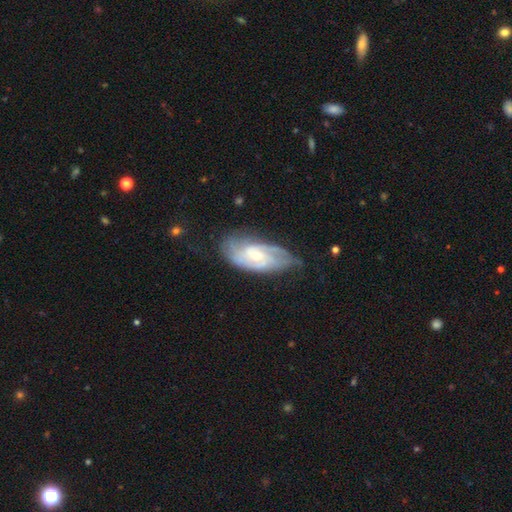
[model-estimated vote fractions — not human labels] Smooth or featured: featured or disk — 82% (smooth — 12%)
Edge-on disk: no — 93% (yes — 7%)
Bar: no — 59% (weak — 34%)
Spiral arms: yes — 94% (no — 6%)
Spiral winding: tight — 54% (medium — 36%)
Spiral arm count: can't tell — 32% (2 — 31%)
Bulge size: moderate — 54% (small — 42%)
Merging: none — 64% (minor disturbance — 25%)